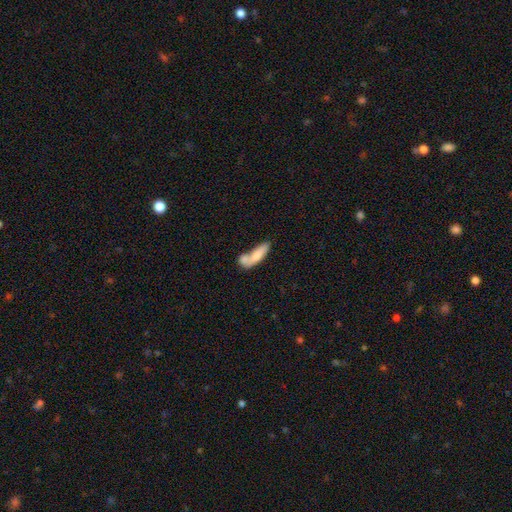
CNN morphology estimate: Smooth or featured: smooth — 71% (featured or disk — 22%)
How rounded: in between — 52% (cigar-shaped — 45%)
Merging: merger — 52% (none — 29%)